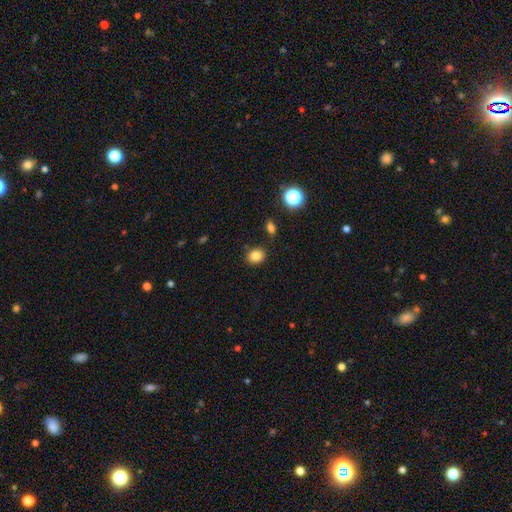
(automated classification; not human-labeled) Smooth or featured?
  - smooth: 83% *
  - star or artifact: 11%
  - featured or disk: 6%
How rounded?
  - round: 52% *
  - in between: 47%
  - cigar-shaped: 1%
Merging?
  - none: 83% *
  - minor disturbance: 10%
  - merger: 4%
  - major disturbance: 3%